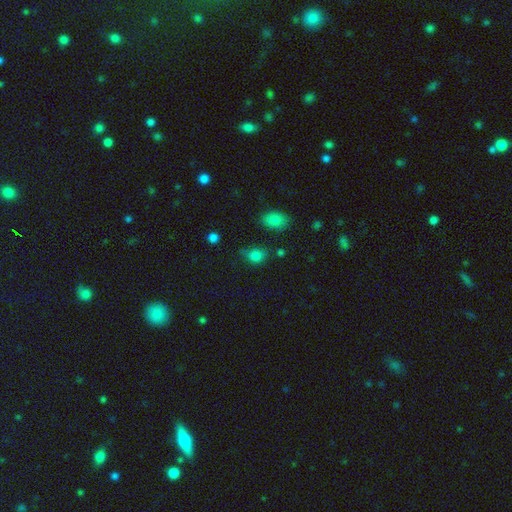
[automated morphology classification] Q: Smooth or featured?
A: smooth (81%); runner-up: star or artifact (13%)
Q: How rounded?
A: in between (53%); runner-up: round (45%)
Q: Merging?
A: none (61%); runner-up: minor disturbance (26%)